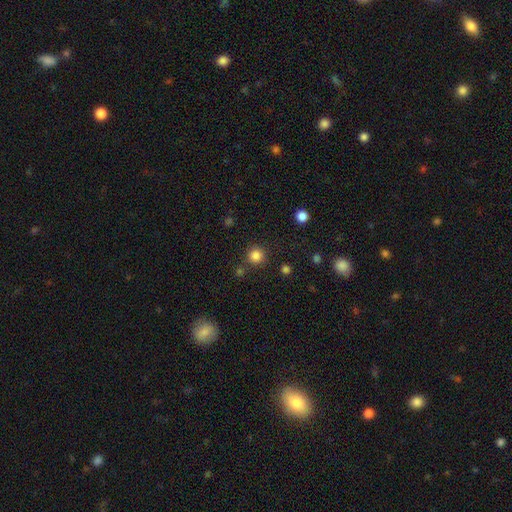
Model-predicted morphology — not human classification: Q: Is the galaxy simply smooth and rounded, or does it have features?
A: smooth — 84%.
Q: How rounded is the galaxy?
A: round — 94%.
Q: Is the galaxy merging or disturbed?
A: none — 84%.